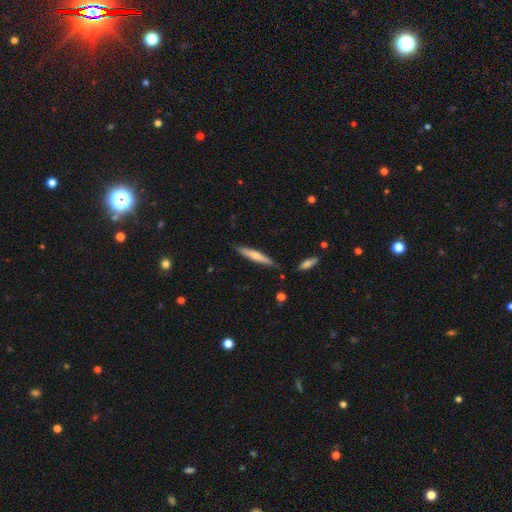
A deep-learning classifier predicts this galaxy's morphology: type=smooth (60%); roundness=cigar-shaped (90%); merging=none (83%).